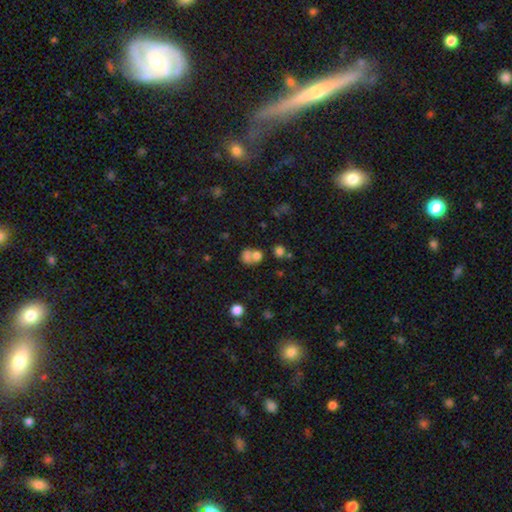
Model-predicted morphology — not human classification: Smooth or featured? Predicted: smooth (p=0.69). How rounded? Predicted: round (p=0.66). Merging? Predicted: merger (p=0.53).